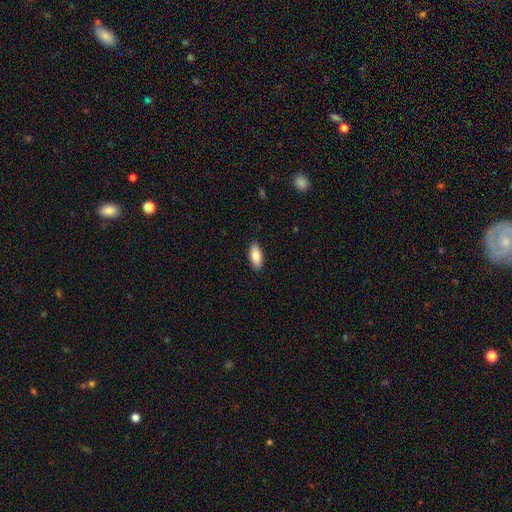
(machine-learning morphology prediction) Smooth or featured: smooth — 84% (featured or disk — 10%)
How rounded: in between — 86% (cigar-shaped — 12%)
Merging: none — 90% (minor disturbance — 8%)